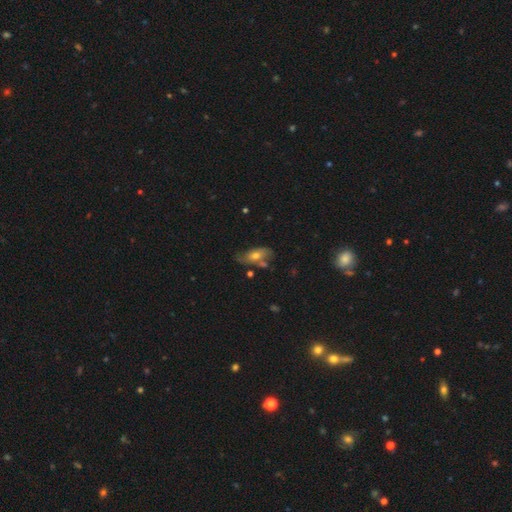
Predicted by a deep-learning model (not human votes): Overall: smooth (51%; featured or disk 40%). How rounded: in between (80%). Merging: none (54%; minor disturbance 25%).